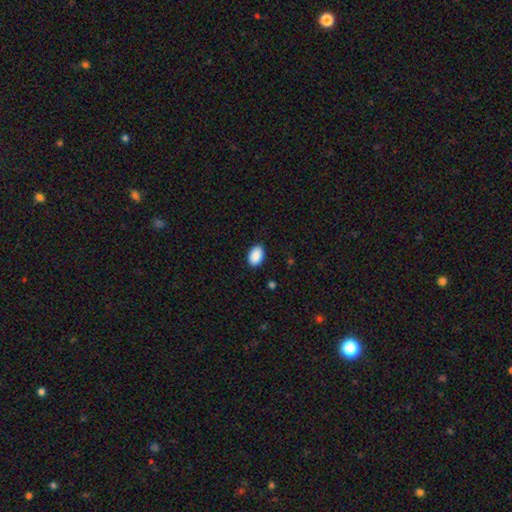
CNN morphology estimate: Smooth or featured? Predicted: smooth (p=0.90). How rounded? Predicted: in between (p=0.88). Merging? Predicted: none (p=0.88).